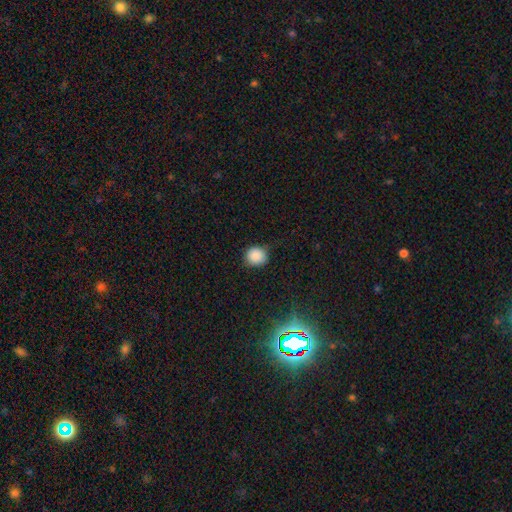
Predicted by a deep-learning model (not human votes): This is clearly a smooth galaxy (86%). How rounded: clearly round (87%). Merging: clearly none (81%).